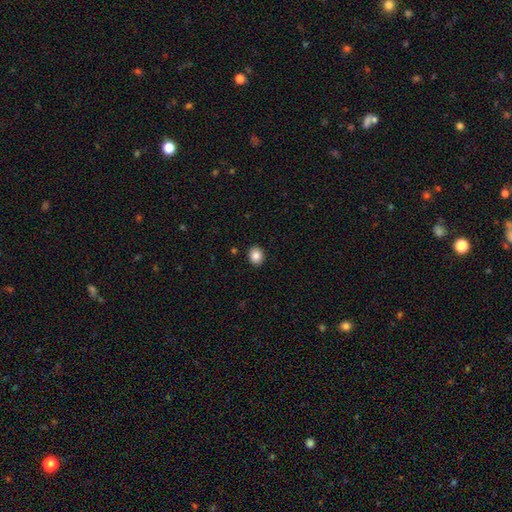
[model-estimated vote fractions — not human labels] Smooth or featured? Predicted: smooth (p=0.86). How rounded? Predicted: round (p=0.65). Merging? Predicted: none (p=0.92).